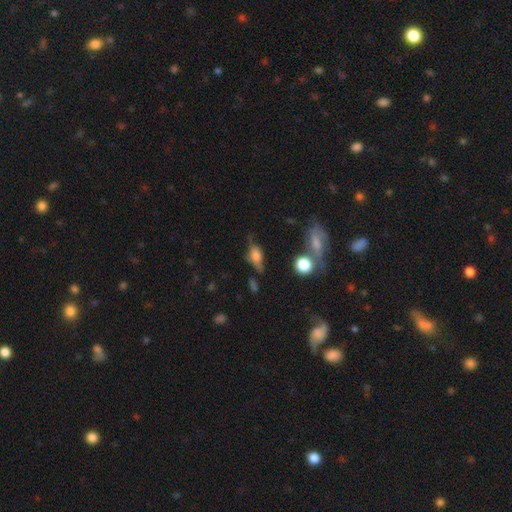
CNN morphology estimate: A smooth galaxy with no disk features (50%) that is in between round and cigar-shaped (70%). Merging: none (50%).